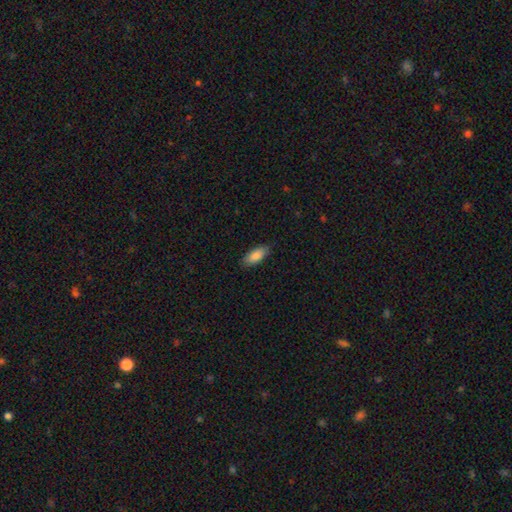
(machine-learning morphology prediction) This is clearly a smooth galaxy (86%). How rounded: clearly in between (82%). Merging: clearly none (86%).